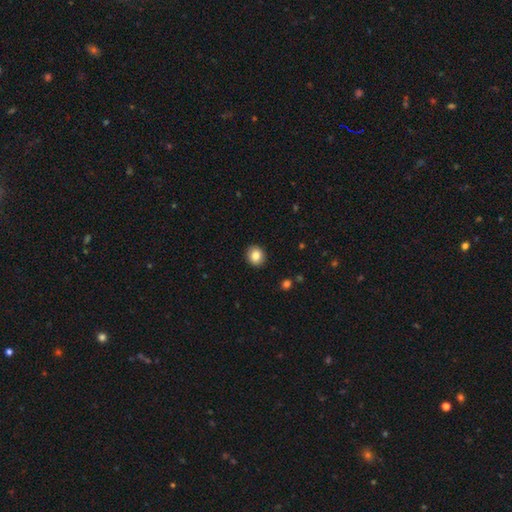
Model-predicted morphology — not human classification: smooth_or_featured: smooth (p=0.84) [alt: star or artifact p=0.09]
how_rounded: round (p=0.83) [alt: in between p=0.16]
merging: none (p=0.92) [alt: minor disturbance p=0.05]